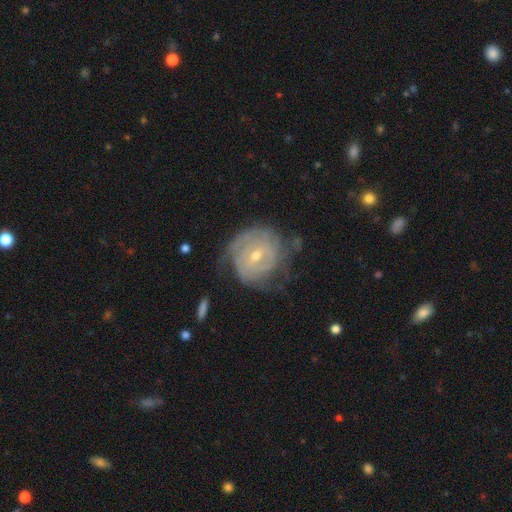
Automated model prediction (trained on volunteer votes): The model was most divided on "bar": weak: 45%, no: 44%, strong: 11%. Remaining: edge-on disk — no (97%); spiral arms — yes (88%); smooth or featured — featured or disk (79%); spiral winding — tight (72%); merging — none (59%); bulge size — small (56%); spiral arm count — can't tell (47%).